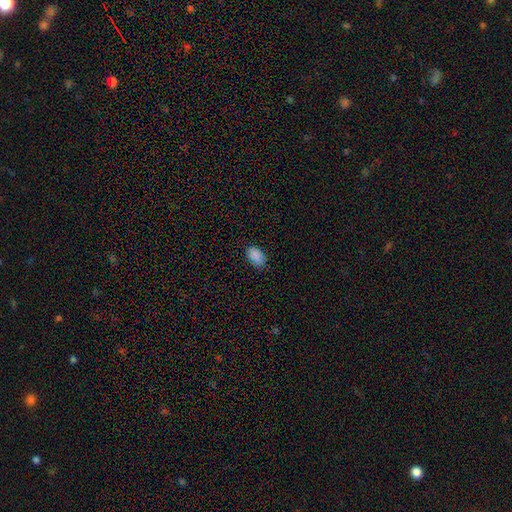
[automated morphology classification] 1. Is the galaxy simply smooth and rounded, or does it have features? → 88% smooth, 8% star or artifact, 3% featured or disk.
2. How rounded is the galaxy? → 92% in between, 6% round, 1% cigar-shaped.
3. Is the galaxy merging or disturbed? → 83% none, 13% minor disturbance, 3% major disturbance, 1% merger.